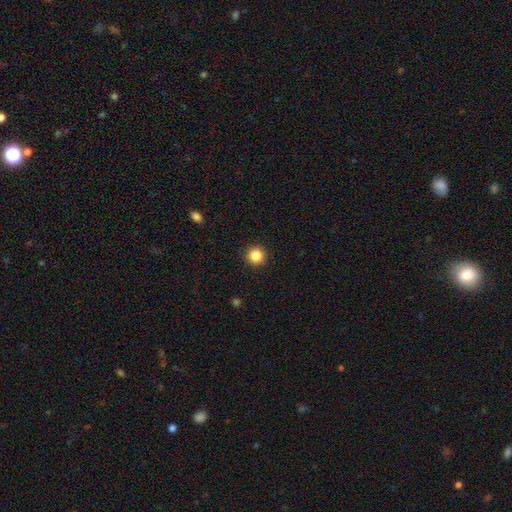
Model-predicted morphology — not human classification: Overall: smooth (86%). How rounded: round (95%). Merging: none (93%).